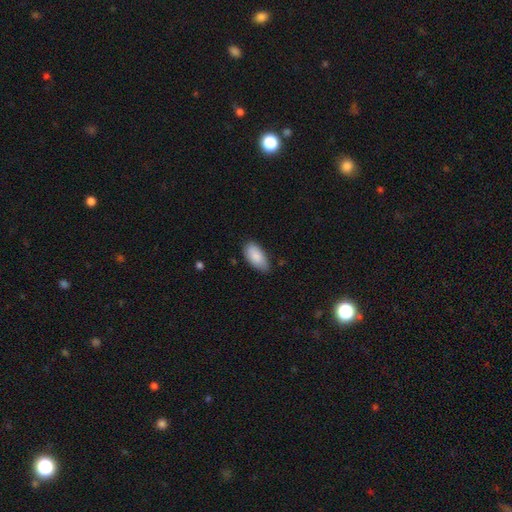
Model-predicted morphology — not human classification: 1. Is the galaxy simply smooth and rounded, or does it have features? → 87% smooth, 7% featured or disk, 6% star or artifact.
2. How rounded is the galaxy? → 94% in between, 4% cigar-shaped, 2% round.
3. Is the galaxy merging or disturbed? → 74% none, 21% minor disturbance, 3% major disturbance, 1% merger.